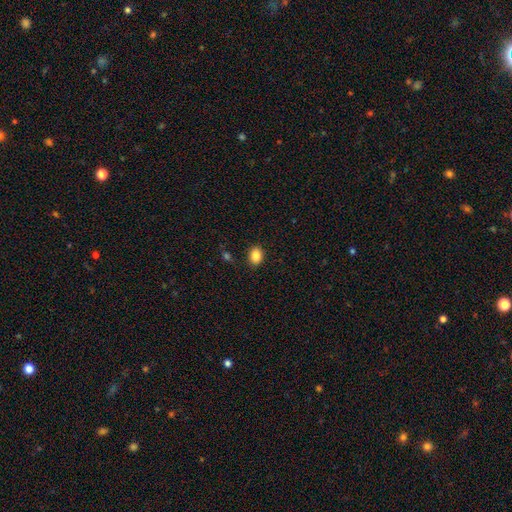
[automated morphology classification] The model was most divided on "how rounded": in between: 65%, round: 34%, cigar-shaped: 1%. More confident: merging — none (87%); smooth or featured — smooth (86%).